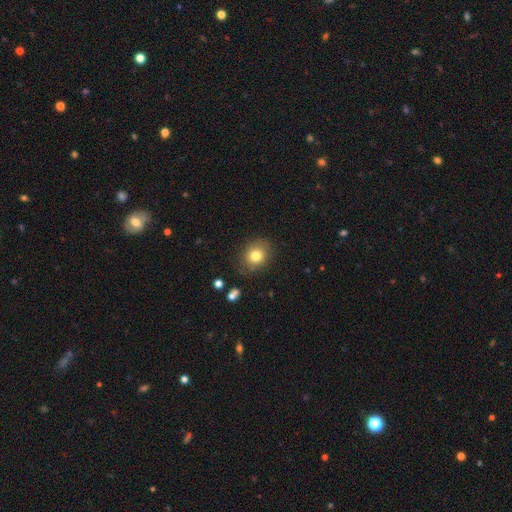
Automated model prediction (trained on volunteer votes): smooth_or_featured: smooth (p=0.79) [alt: star or artifact p=0.11]
how_rounded: round (p=0.67) [alt: in between p=0.32]
merging: none (p=0.81) [alt: minor disturbance p=0.13]